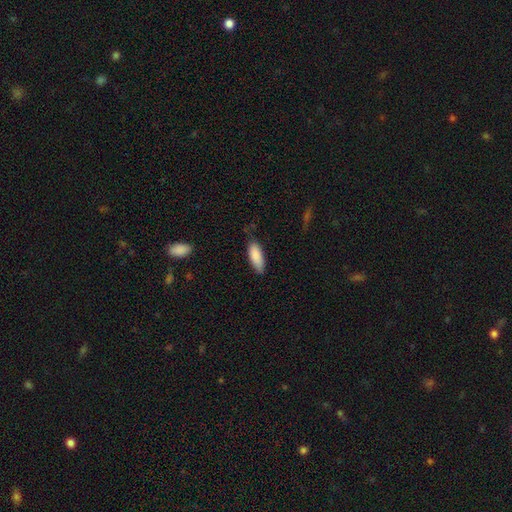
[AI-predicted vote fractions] Smooth or featured? smooth (87%)
How rounded? in between (69%)
Merging? none (72%)